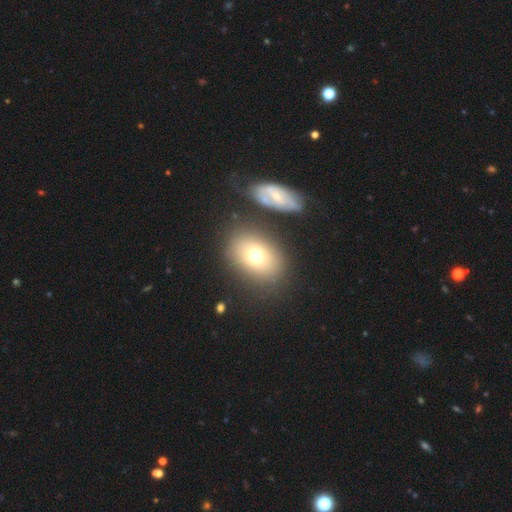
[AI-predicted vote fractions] smooth 70%, featured or disk 19%, star or artifact 11%. Down the decision tree: how rounded — in between (69%); merging — none (73%).